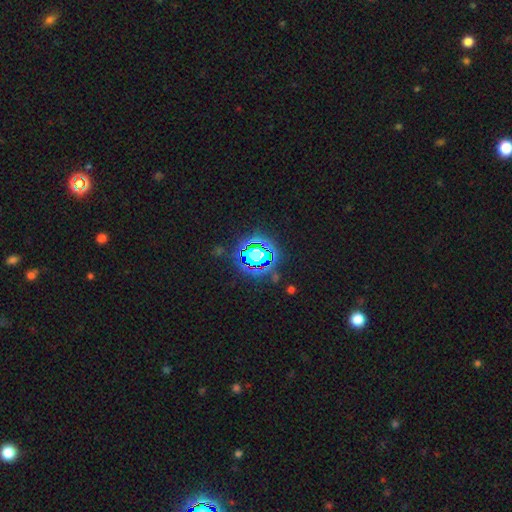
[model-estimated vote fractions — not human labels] Smooth or featured: star or artifact — 71% (smooth — 17%)